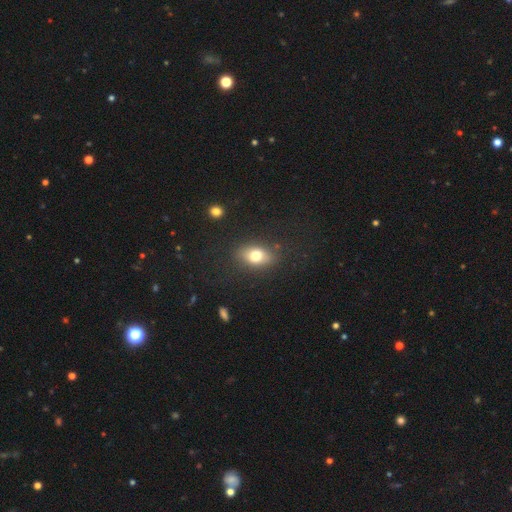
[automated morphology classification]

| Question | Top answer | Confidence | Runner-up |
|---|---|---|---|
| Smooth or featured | smooth | 75% | featured or disk (15%) |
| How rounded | in between | 77% | round (19%) |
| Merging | none | 82% | minor disturbance (12%) |